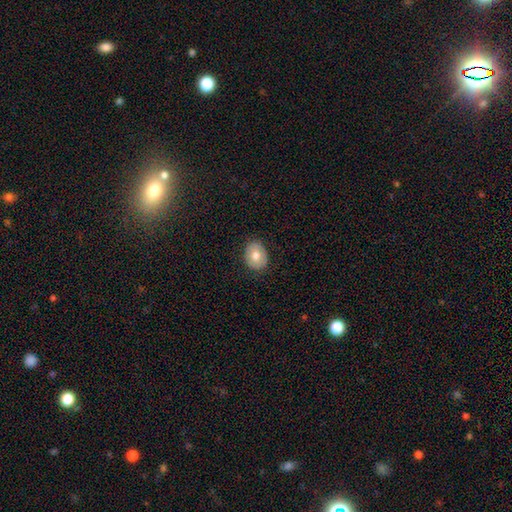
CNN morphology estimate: Smooth or featured? Predicted: smooth (p=0.71). How rounded? Predicted: in between (p=0.52). Merging? Predicted: none (p=0.85).